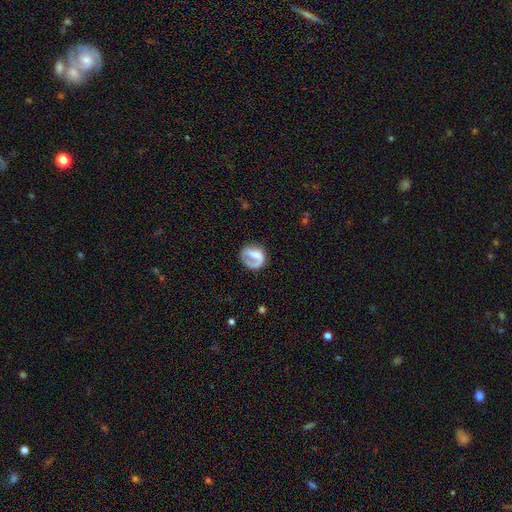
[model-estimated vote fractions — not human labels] Overall: smooth (46%, tied with featured or disk). Merging: none (49%; major disturbance 28%).